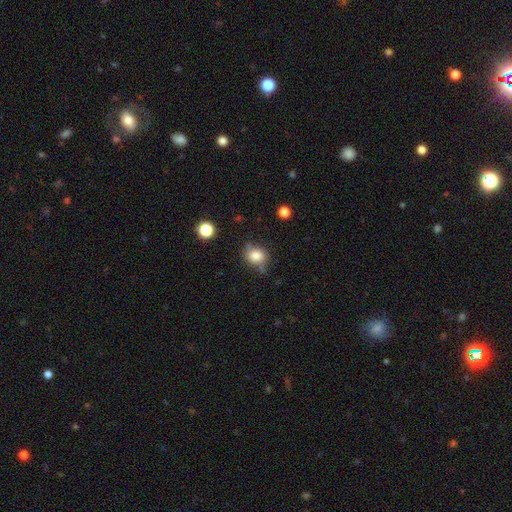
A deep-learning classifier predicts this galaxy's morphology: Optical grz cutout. It shows a smooth galaxy with no disk features (81%) that is round (64%). Merging: none (66%).